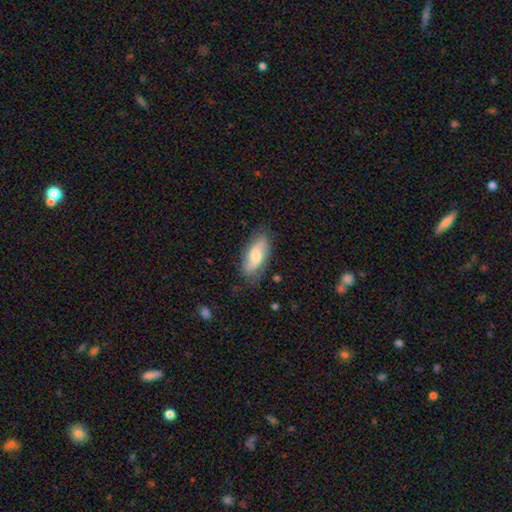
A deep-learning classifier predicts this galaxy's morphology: smooth_or_featured: smooth (p=0.56) [alt: featured or disk p=0.38]
how_rounded: in between (p=0.85) [alt: cigar-shaped p=0.13]
merging: none (p=0.71) [alt: minor disturbance p=0.21]